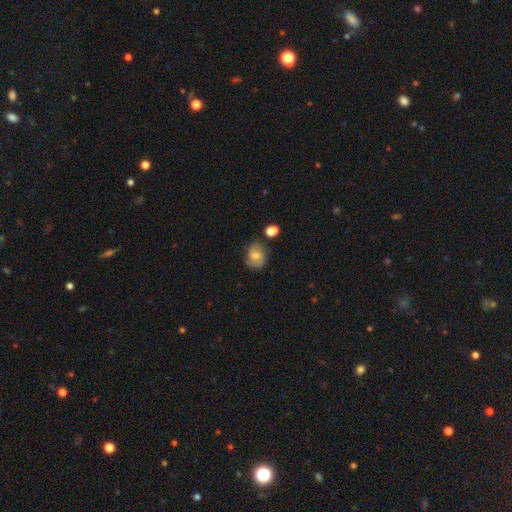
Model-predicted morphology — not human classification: This is likely a smooth galaxy (63%). How rounded: possibly round (55%). Merging: likely none (66%).